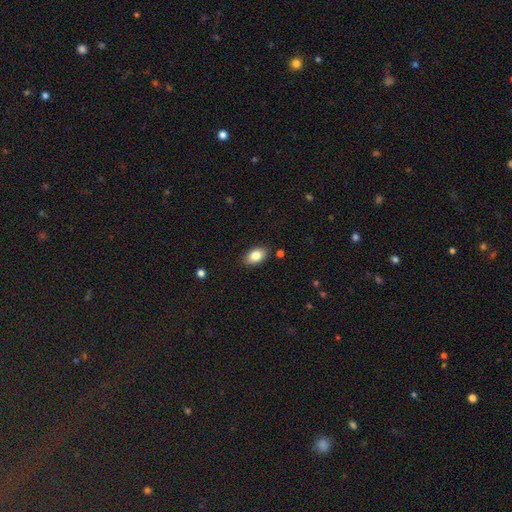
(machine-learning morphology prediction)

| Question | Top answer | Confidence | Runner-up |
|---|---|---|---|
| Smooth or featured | smooth | 84% | featured or disk (9%) |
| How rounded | in between | 91% | round (7%) |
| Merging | none | 87% | minor disturbance (10%) |